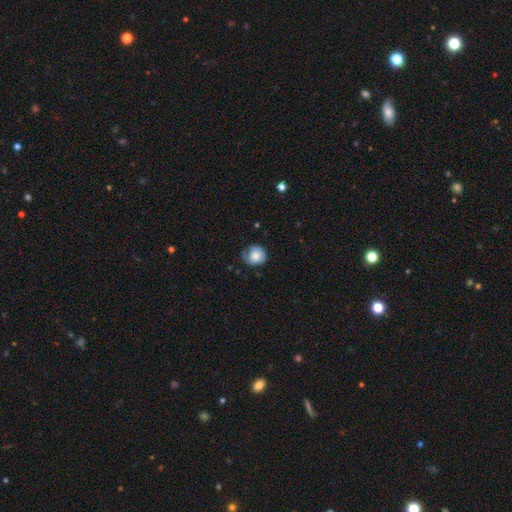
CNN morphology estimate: A smooth galaxy with no disk features (67%) that is round (85%).

Vote fractions:
- Smooth or featured? smooth: 67% / featured or disk: 26% / star or artifact: 8%
- How rounded? round: 85% / in between: 14% / cigar-shaped: 1%
- Merging? none: 58% / minor disturbance: 29% / major disturbance: 11% / merger: 2%